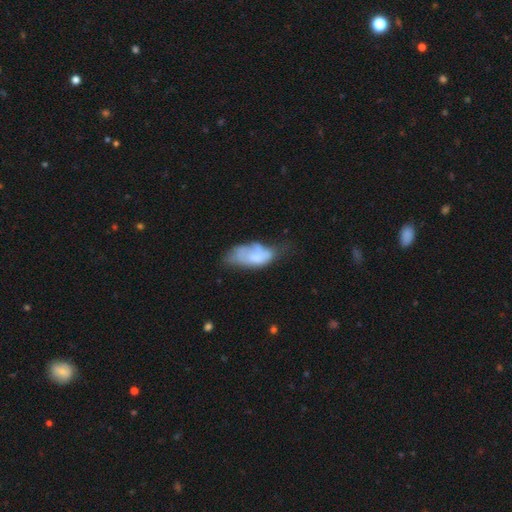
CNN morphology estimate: smooth 59%, featured or disk 33%, star or artifact 8%. Down the decision tree: how rounded — in between (89%); merging — minor disturbance (36%).